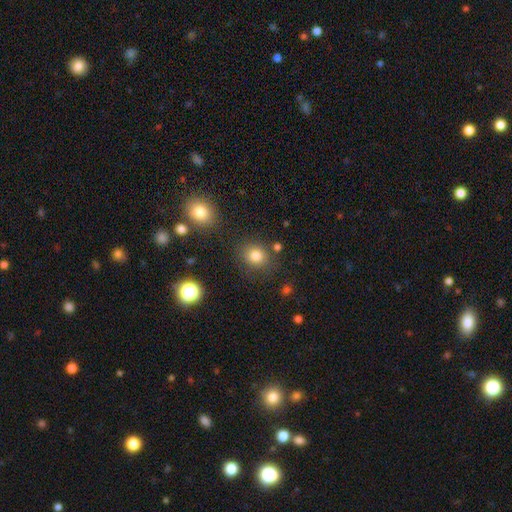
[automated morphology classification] Overall: smooth (81%). How rounded: round (70%). Merging: none (79%).